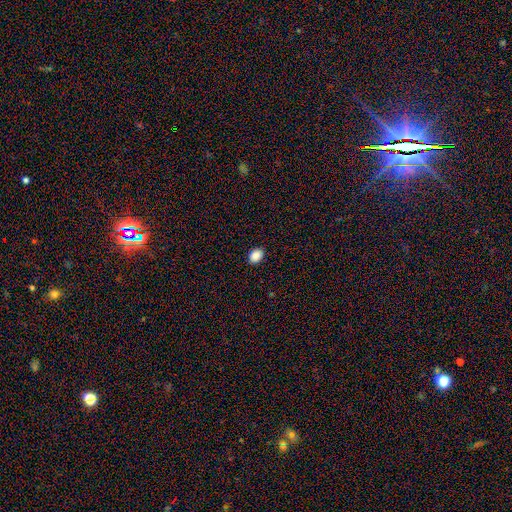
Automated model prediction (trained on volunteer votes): Morphology: type=smooth (89%); roundness=in between (69%); merging=none (91%).